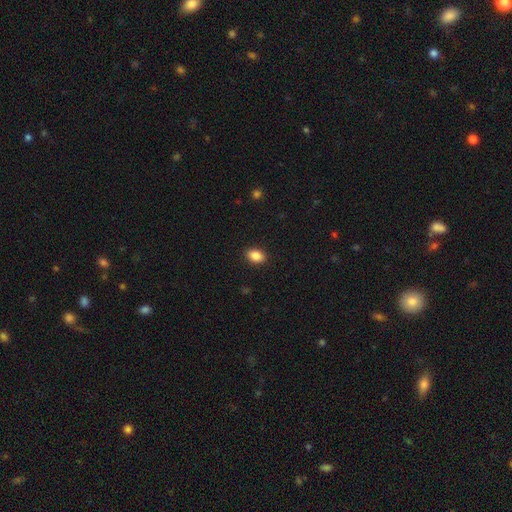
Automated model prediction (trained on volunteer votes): A smooth galaxy with no disk features (87%) that is in between round and cigar-shaped (83%). Merging: none (90%).